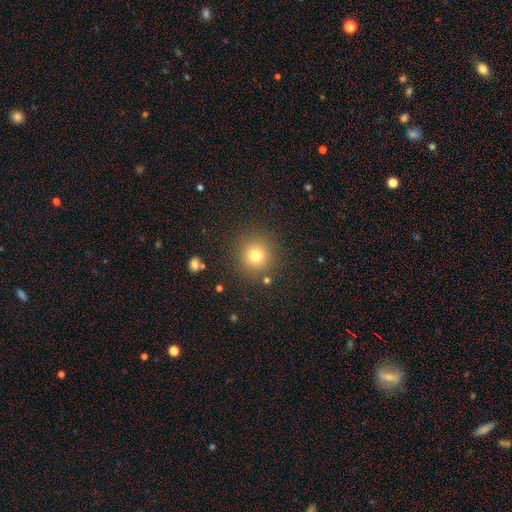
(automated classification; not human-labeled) A smooth galaxy with no disk features (77%) that is round (94%).

Vote fractions:
- Smooth or featured? smooth: 77% / star or artifact: 15% / featured or disk: 8%
- How rounded? round: 94% / in between: 5% / cigar-shaped: 1%
- Merging? none: 87% / minor disturbance: 7% / major disturbance: 3% / merger: 3%